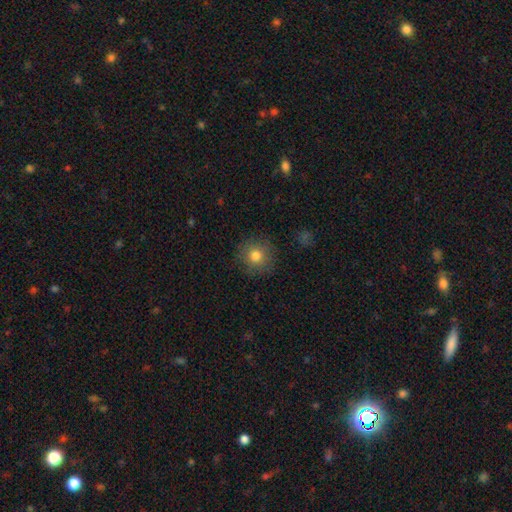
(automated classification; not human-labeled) A smooth galaxy with no disk features (80%) that is round (94%). Merging: none (88%).